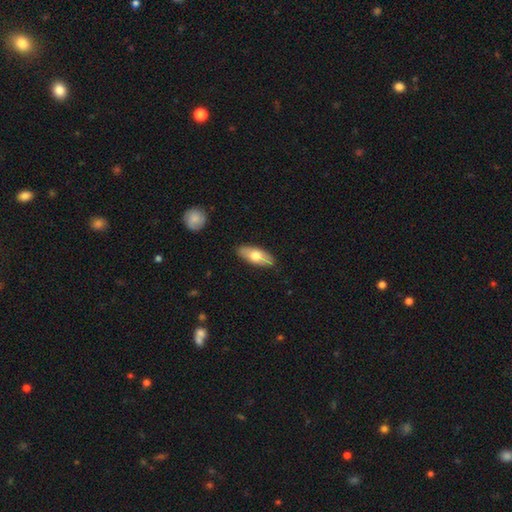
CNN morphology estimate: A smooth galaxy with no disk features (67%) that is in between round and cigar-shaped (75%). Merging: none (86%).